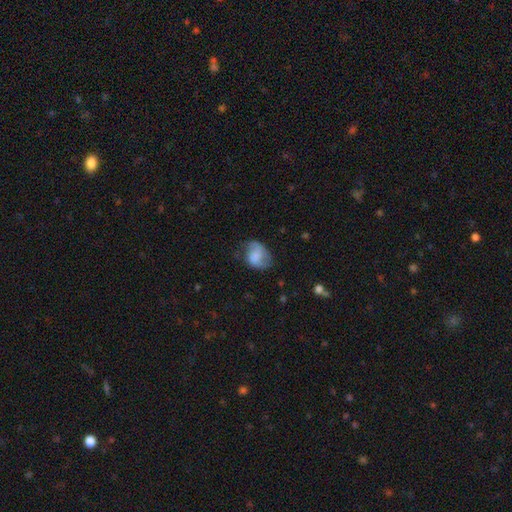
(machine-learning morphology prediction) Smooth or featured? Predicted: smooth (p=0.61). How rounded? Predicted: in between (p=0.67). Merging? Predicted: none (p=0.47).